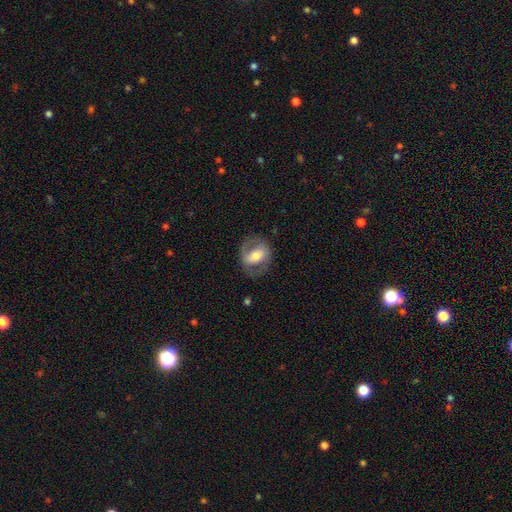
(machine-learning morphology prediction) Overall: featured or disk (54%; smooth 39%). Edge-on disk: no (93%). Bar: strong (36%; weak 33%). Spiral arms: yes (50%, tied with no). Bulge size: moderate (56%; large 21%). Merging: none (73%).